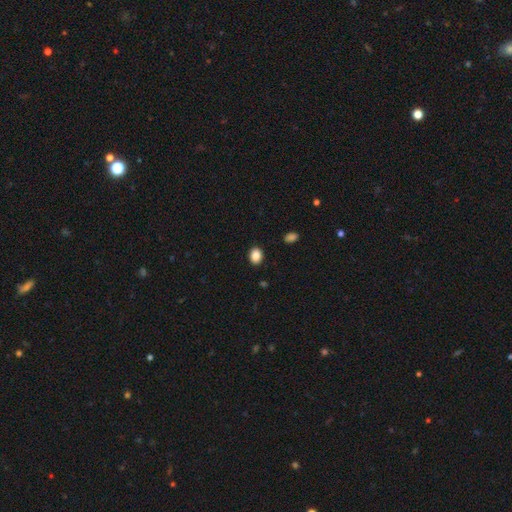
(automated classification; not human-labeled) Smooth or featured? smooth (88%)
How rounded? in between (60%)
Merging? none (90%)